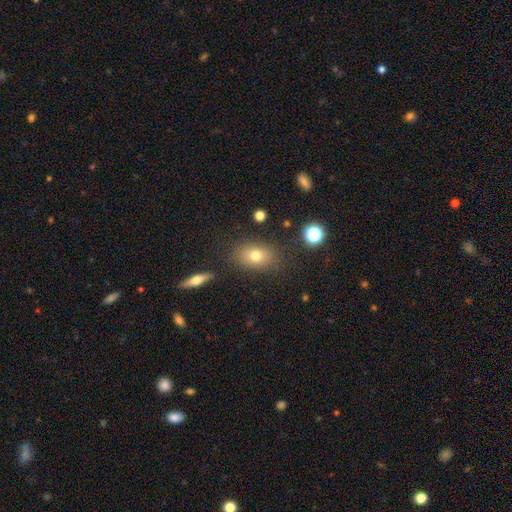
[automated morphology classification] Q: Smooth or featured?
A: smooth (74%); runner-up: featured or disk (14%)
Q: How rounded?
A: in between (77%); runner-up: round (20%)
Q: Merging?
A: none (82%); runner-up: minor disturbance (11%)